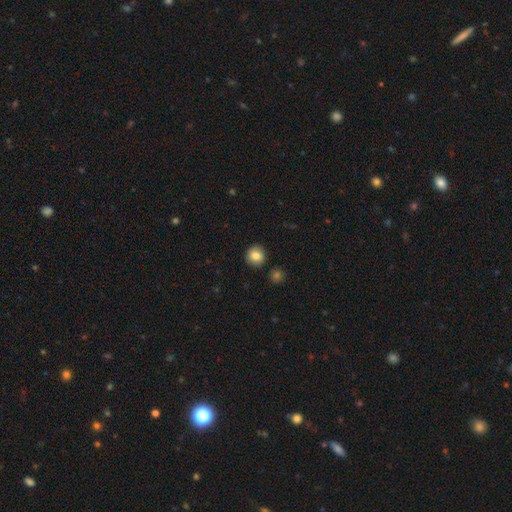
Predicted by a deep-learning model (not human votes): Smooth or featured? smooth (84%)
How rounded? round (88%)
Merging? none (89%)